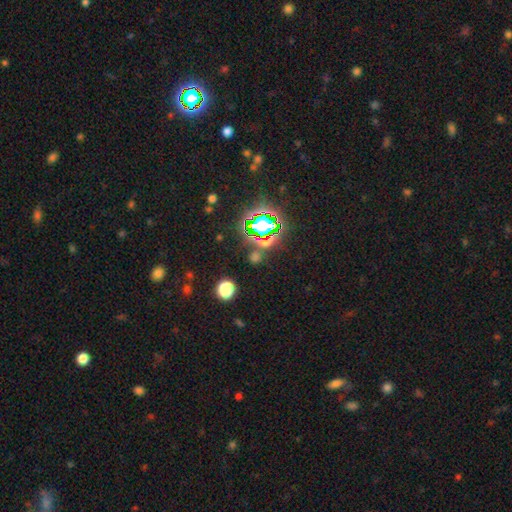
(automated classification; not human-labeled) This is likely a star or artifact rather than a galaxy (61%).